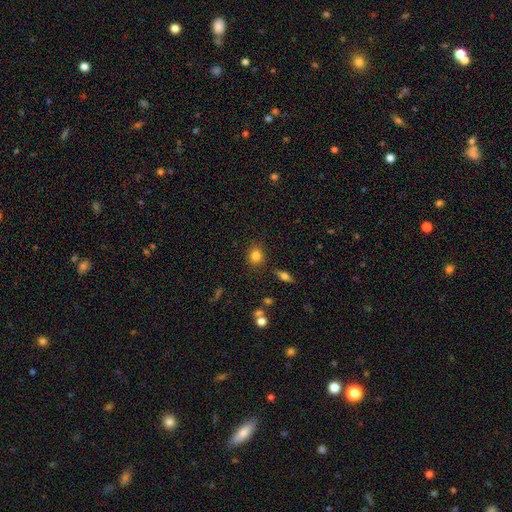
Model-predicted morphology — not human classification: A smooth galaxy with no disk features (82%) that is round (69%). Merging: none (82%).